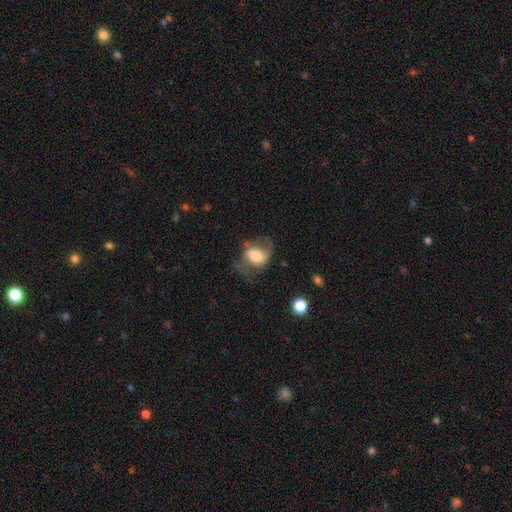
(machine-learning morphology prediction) This appears to be a featured or disk galaxy (47%). Merging: none (44%).